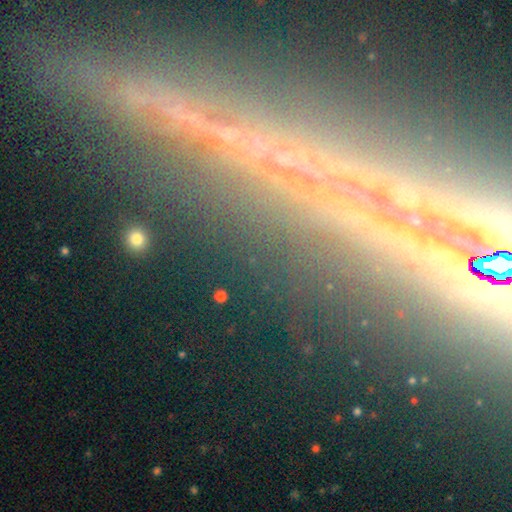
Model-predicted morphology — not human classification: This is likely a star or artifact rather than a galaxy (65%).